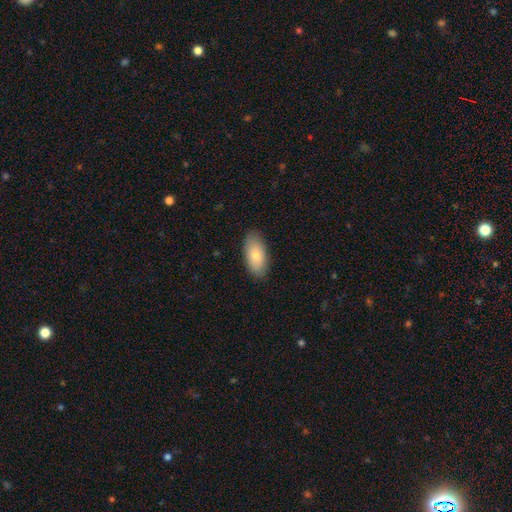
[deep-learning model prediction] Smooth or featured: smooth — 80% (featured or disk — 13%)
How rounded: in between — 92% (cigar-shaped — 5%)
Merging: none — 86% (minor disturbance — 11%)